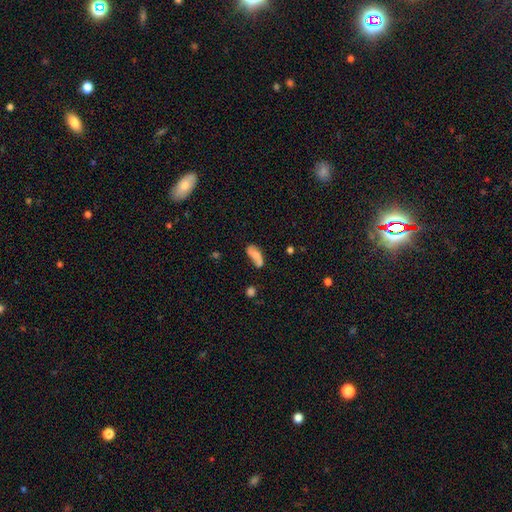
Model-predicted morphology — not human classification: Smooth or featured?
  - smooth: 58% *
  - featured or disk: 33%
  - star or artifact: 9%
How rounded?
  - in between: 79% *
  - cigar-shaped: 17%
  - round: 4%
Merging?
  - none: 50% *
  - minor disturbance: 27%
  - major disturbance: 12%
  - merger: 10%